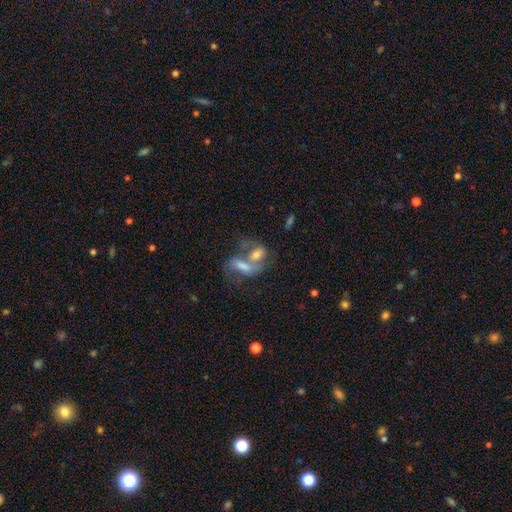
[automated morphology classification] Q: Smooth or featured?
A: featured or disk (47%); runner-up: smooth (40%)
Q: Merging?
A: merger (67%); runner-up: none (18%)